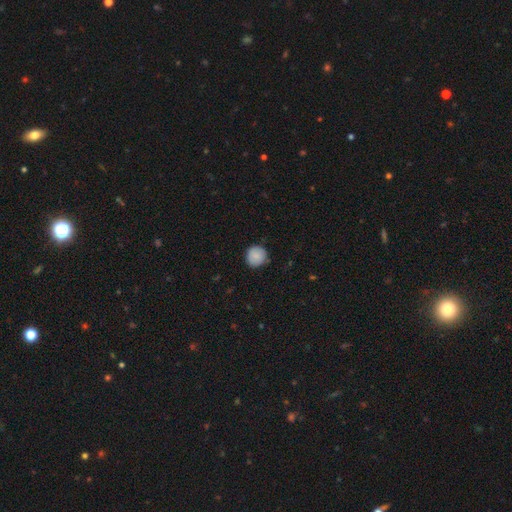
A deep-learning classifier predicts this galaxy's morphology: Smooth or featured? Predicted: smooth (p=0.86). How rounded? Predicted: round (p=0.92). Merging? Predicted: none (p=0.85).